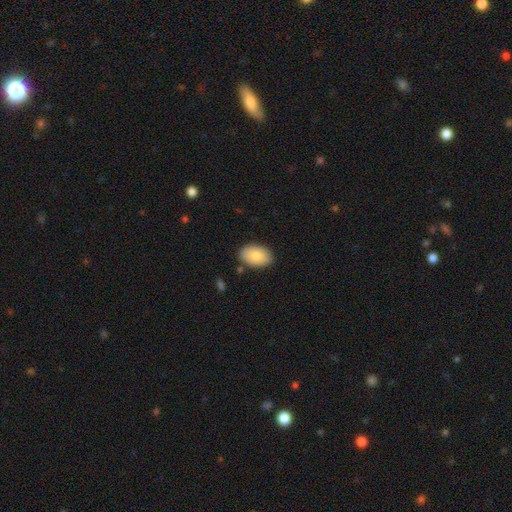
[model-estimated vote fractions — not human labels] Smooth or featured: smooth — 83% (featured or disk — 11%)
How rounded: in between — 90% (round — 8%)
Merging: none — 86% (minor disturbance — 10%)